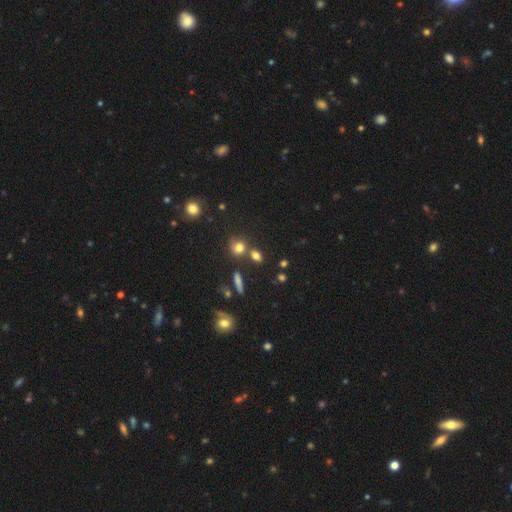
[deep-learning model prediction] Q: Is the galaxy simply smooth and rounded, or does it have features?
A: smooth — 74%.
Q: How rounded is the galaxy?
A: in between — 49%.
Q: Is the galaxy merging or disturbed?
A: none — 63%.